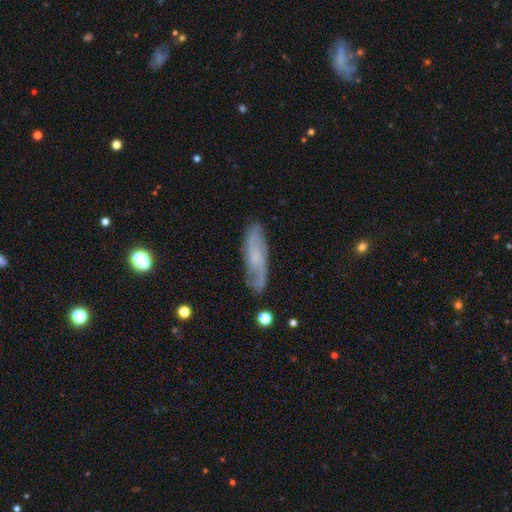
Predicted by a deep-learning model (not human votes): smooth-or-featured: featured or disk: 65% | smooth: 27% | star or artifact: 8%
  disk-edge-on: no: 80% | yes: 20%
    bar: no: 58% | weak: 35% | strong: 7%
    has-spiral-arms: yes: 89% | no: 11%
    bulge-size: small: 40% | none: 37% | moderate: 18% | large: 3% | dominant: 1%
  merging: none: 76% | minor disturbance: 17% | major disturbance: 5% | merger: 2%